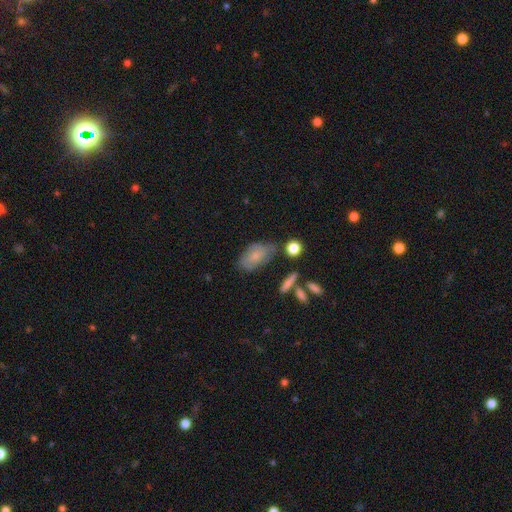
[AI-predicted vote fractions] Smooth or featured? Predicted: smooth (p=0.70). How rounded? Predicted: in between (p=0.90). Merging? Predicted: none (p=0.58).